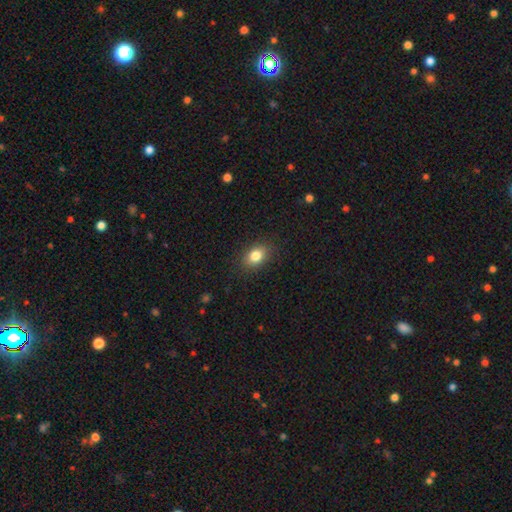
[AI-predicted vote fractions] Smooth or featured? smooth (83%)
How rounded? in between (70%)
Merging? none (86%)